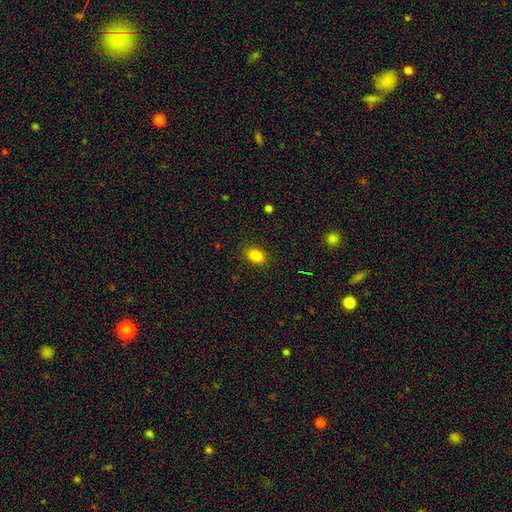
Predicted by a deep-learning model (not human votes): smooth 85%, star or artifact 10%, featured or disk 5%. Down the decision tree: how rounded — in between (74%); merging — none (88%).